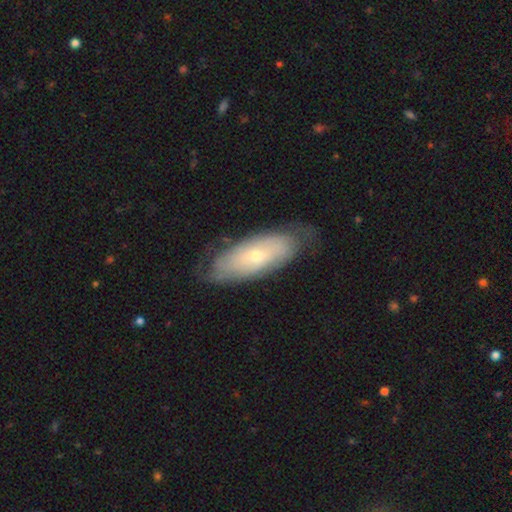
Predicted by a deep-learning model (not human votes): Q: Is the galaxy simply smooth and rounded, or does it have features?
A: featured or disk — 53%.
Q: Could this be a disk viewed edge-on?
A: no — 82%.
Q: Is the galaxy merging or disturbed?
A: none — 71%.